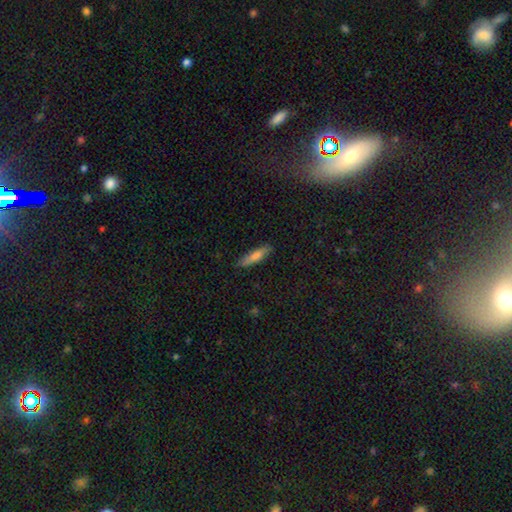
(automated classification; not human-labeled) smooth 69%, featured or disk 24%, star or artifact 6%. Down the decision tree: how rounded — cigar-shaped (80%); merging — none (87%).